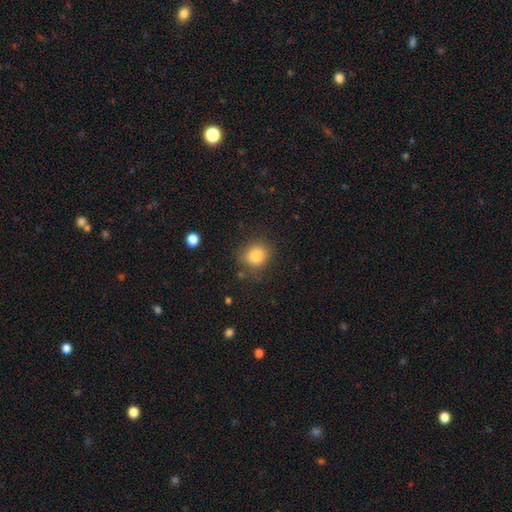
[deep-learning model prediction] This is clearly a smooth galaxy (83%). How rounded: likely round (73%). Merging: likely none (79%).